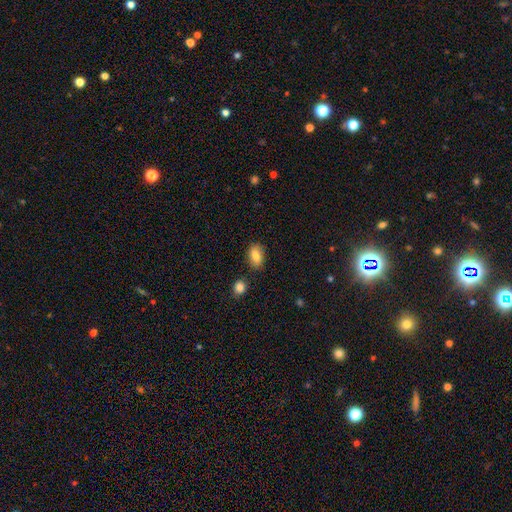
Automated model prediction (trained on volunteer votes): This is clearly a smooth galaxy (83%). How rounded: clearly in between (86%). Merging: clearly none (81%).